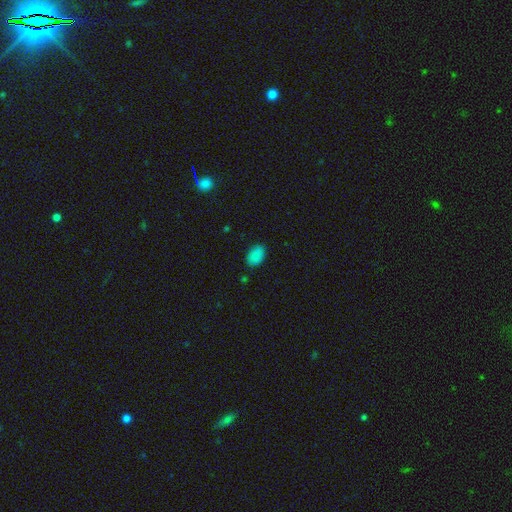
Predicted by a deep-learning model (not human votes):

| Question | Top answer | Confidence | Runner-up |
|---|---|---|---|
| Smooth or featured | smooth | 86% | star or artifact (11%) |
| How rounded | in between | 88% | round (11%) |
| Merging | none | 84% | minor disturbance (12%) |